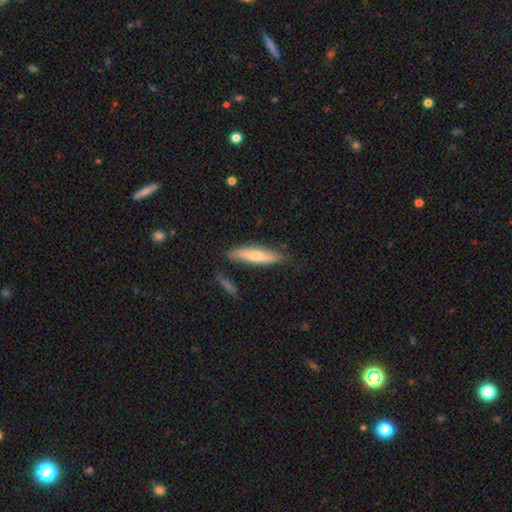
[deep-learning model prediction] The model was most divided on "smooth or featured": smooth: 65%, featured or disk: 29%, star or artifact: 6%. More confident: how rounded — cigar-shaped (77%); merging — none (77%).